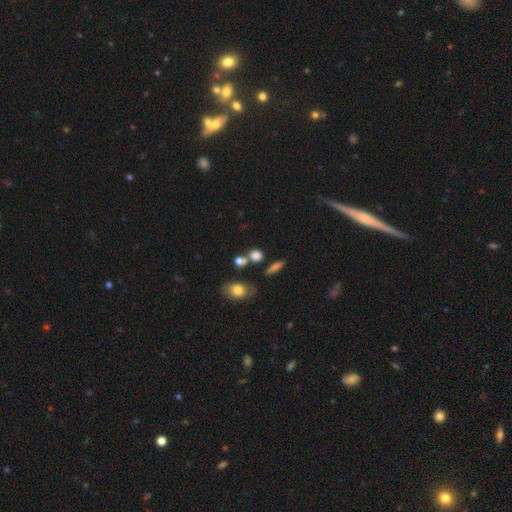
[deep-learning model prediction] Smooth or featured? smooth (77%)
How rounded? round (69%)
Merging? none (60%)